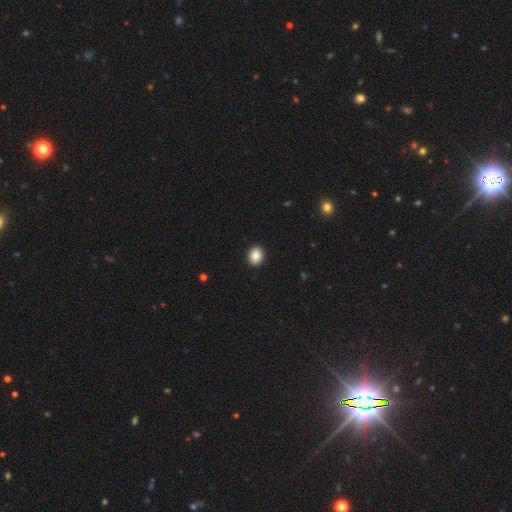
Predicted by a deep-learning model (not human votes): Smooth or featured: smooth — 87% (star or artifact — 9%)
How rounded: round — 59% (in between — 40%)
Merging: none — 92% (minor disturbance — 5%)